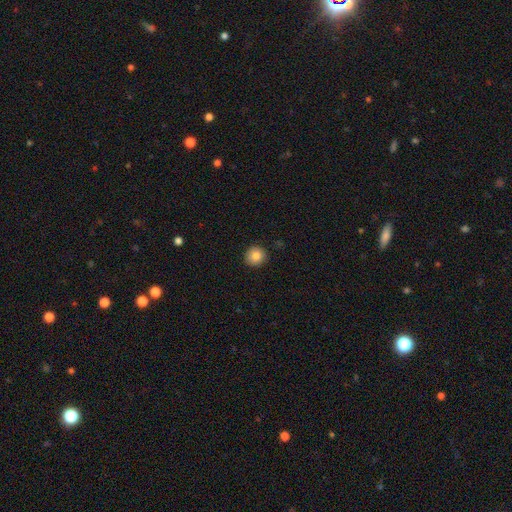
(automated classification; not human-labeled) smooth 85%, star or artifact 9%, featured or disk 6%. Down the decision tree: how rounded — round (91%); merging — none (90%).